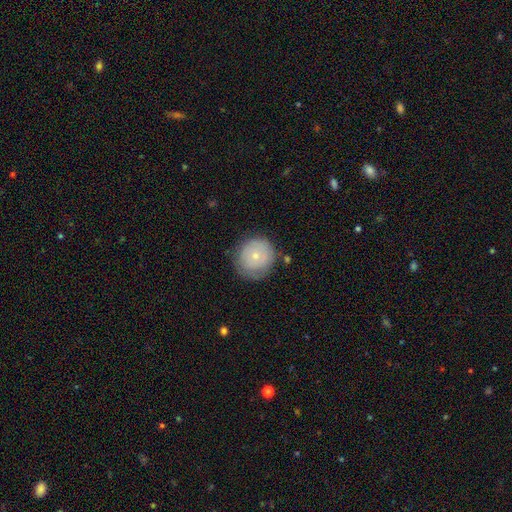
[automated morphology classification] A smooth galaxy with no disk features (67%) that is round (90%). Merging: none (72%).